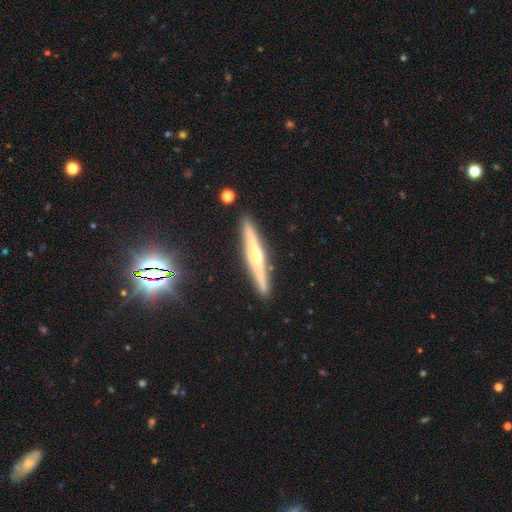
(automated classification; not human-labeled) Smooth or featured: featured or disk — 73% (smooth — 20%)
Edge-on disk: yes — 98% (no — 2%)
Edge-on bulge: rounded — 82% (none — 12%)
Merging: none — 91% (minor disturbance — 6%)